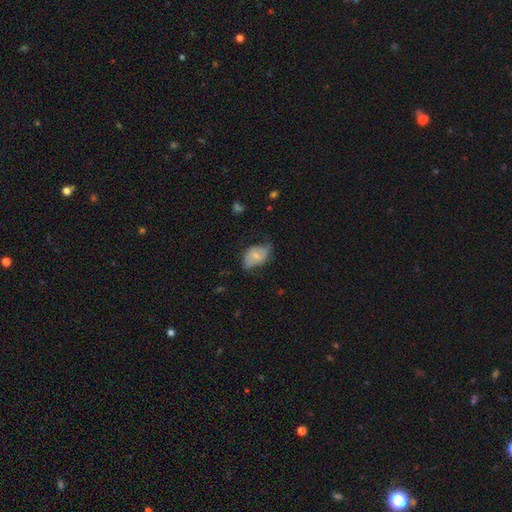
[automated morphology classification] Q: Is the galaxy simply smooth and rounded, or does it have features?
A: smooth — 53%.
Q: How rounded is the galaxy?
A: in between — 84%.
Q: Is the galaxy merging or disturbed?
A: none — 45%.